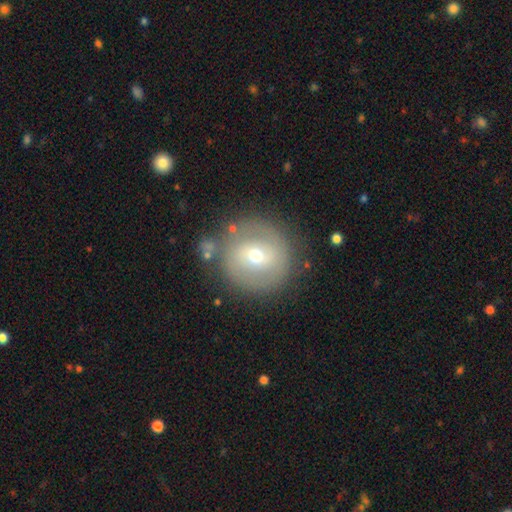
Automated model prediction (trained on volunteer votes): smooth_or_featured: featured or disk (p=0.53) [alt: smooth p=0.38]
disk_edge_on: no (p=0.96) [alt: yes p=0.04]
bar: no (p=0.46) [alt: weak p=0.39]
has_spiral_arms: yes (p=0.54) [alt: no p=0.46]
bulge_size: moderate (p=0.53) [alt: small p=0.43]
merging: none (p=0.80) [alt: minor disturbance p=0.11]